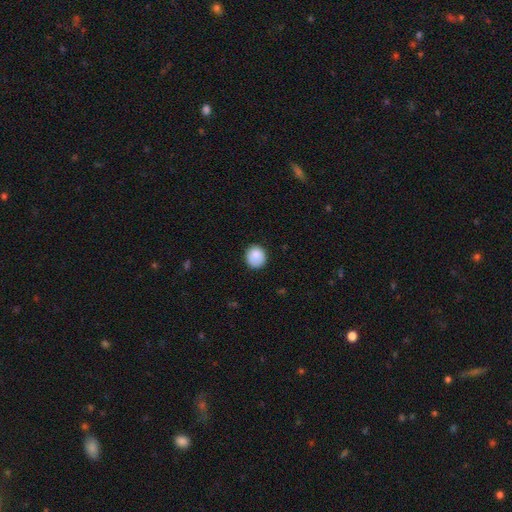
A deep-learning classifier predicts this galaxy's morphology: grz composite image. It shows a smooth galaxy with no disk features (86%) that is round (82%). Merging: none (81%).